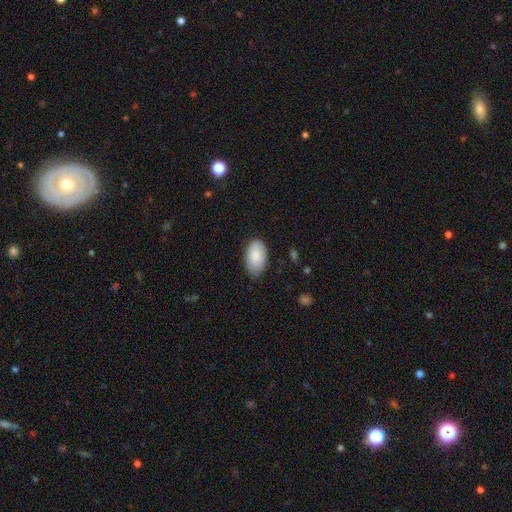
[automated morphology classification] smooth_or_featured: smooth (p=0.87) [alt: featured or disk p=0.07]
how_rounded: in between (p=0.95) [alt: round p=0.04]
merging: none (p=0.78) [alt: minor disturbance p=0.18]